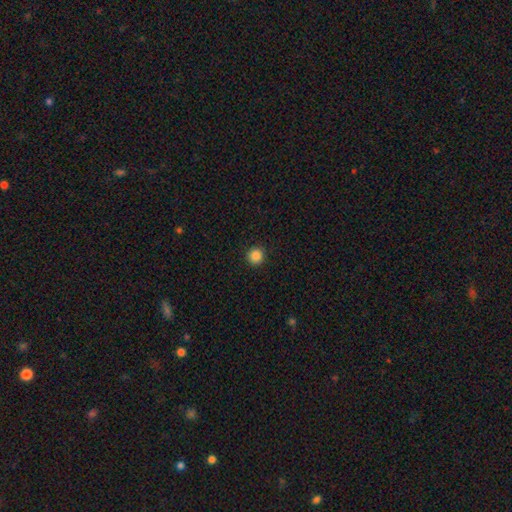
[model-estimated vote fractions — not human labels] This appears to be a smooth galaxy with no disk features (86%) that is round (94%). Merging: none (93%).